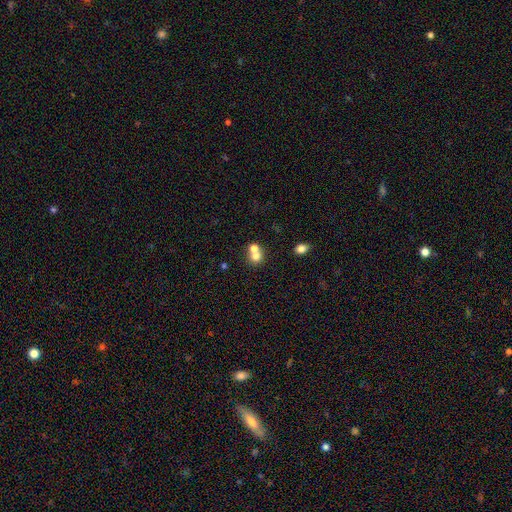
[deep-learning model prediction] Smooth or featured? smooth (71%)
How rounded? round (79%)
Merging? merger (57%)